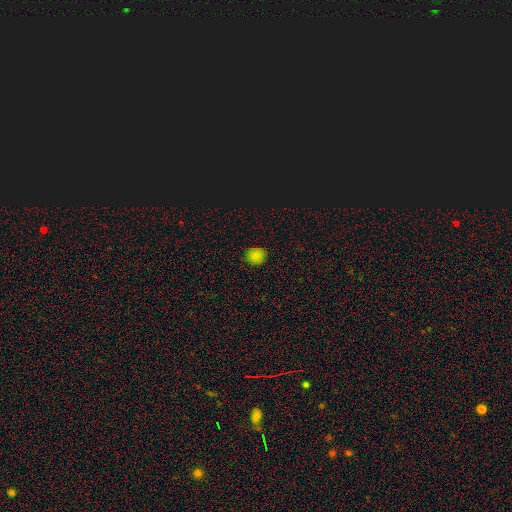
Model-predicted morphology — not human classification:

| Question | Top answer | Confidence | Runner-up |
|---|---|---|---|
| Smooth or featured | smooth | 80% | star or artifact (16%) |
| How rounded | round | 90% | in between (9%) |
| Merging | none | 89% | minor disturbance (8%) |